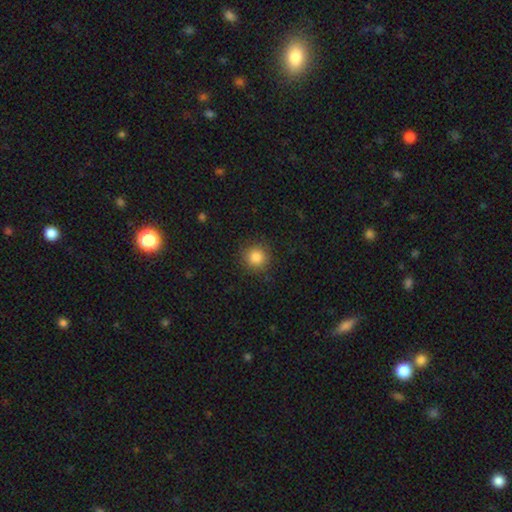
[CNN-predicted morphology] The model was most divided on "smooth or featured": smooth: 85%, star or artifact: 11%, featured or disk: 4%. More confident: how rounded — round (94%); merging — none (89%).